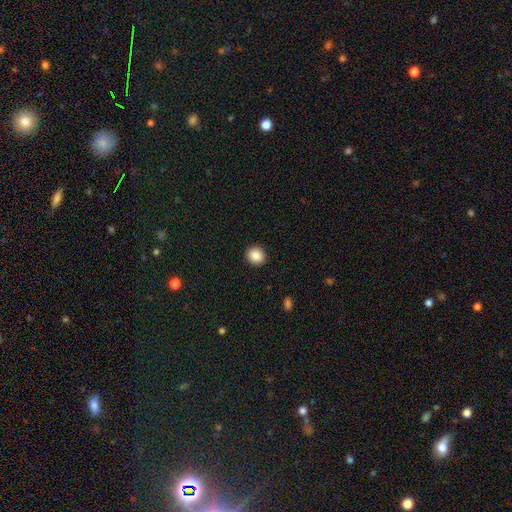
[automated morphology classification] Smooth or featured?
  - smooth: 87% *
  - star or artifact: 9%
  - featured or disk: 4%
How rounded?
  - round: 81% *
  - in between: 18%
  - cigar-shaped: 1%
Merging?
  - none: 92% *
  - minor disturbance: 5%
  - major disturbance: 2%
  - merger: 1%